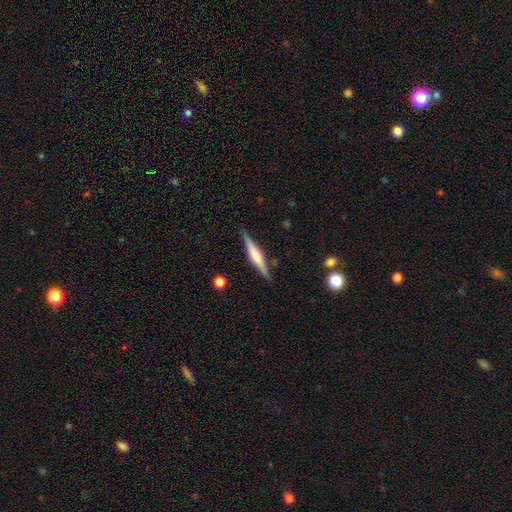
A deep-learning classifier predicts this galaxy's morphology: smooth-or-featured: featured or disk: 63% | smooth: 31% | star or artifact: 6%
  disk-edge-on: yes: 97% | no: 3%
    edge-on-bulge: rounded: 69% | boxy: 18% | none: 13%
  merging: none: 88% | minor disturbance: 9% | major disturbance: 2% | merger: 2%